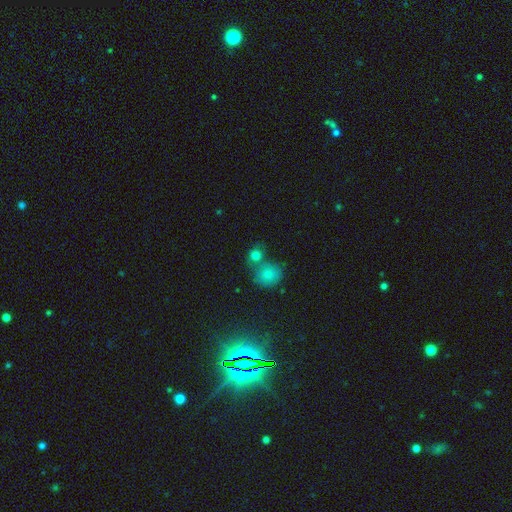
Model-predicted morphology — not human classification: type=smooth (78%); roundness=round (76%); merging=merger (45%).